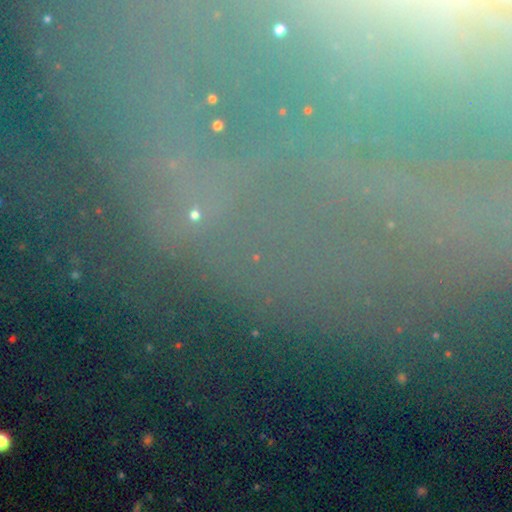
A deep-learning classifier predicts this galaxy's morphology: A star or artifact, not a galaxy (69%).

Vote fractions:
- Smooth or featured? star or artifact: 69% / featured or disk: 17% / smooth: 13%